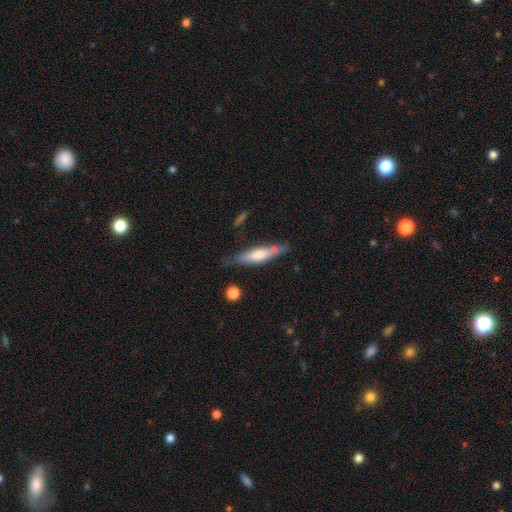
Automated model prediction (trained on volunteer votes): The model was most divided on "smooth or featured": featured or disk: 50%, smooth: 43%, star or artifact: 7%. More confident: merging — none (74%).